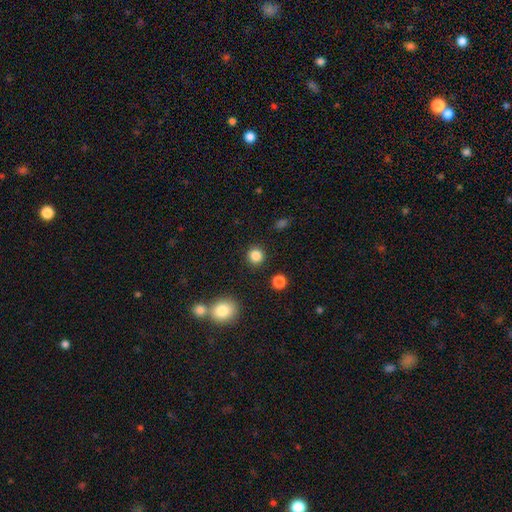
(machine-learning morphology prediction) A smooth galaxy with no disk features (85%) that is round (93%). Merging: none (90%).